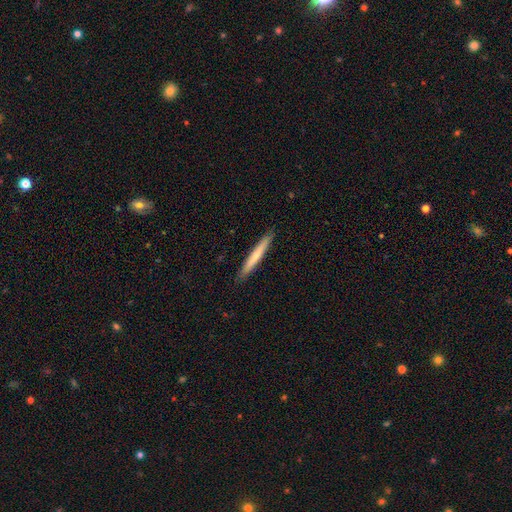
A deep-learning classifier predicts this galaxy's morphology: smooth-or-featured: smooth: 66% | featured or disk: 28% | star or artifact: 5%
  how-rounded: cigar-shaped: 96% | in between: 2% | round: 1%
  merging: none: 90% | minor disturbance: 7% | major disturbance: 1% | merger: 1%